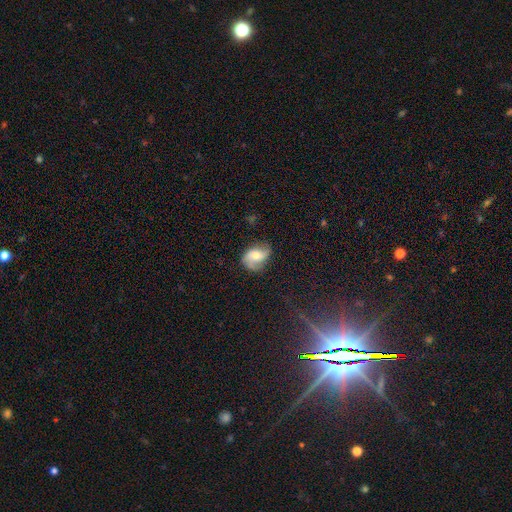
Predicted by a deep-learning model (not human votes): This is likely a featured or disk galaxy (65%). It is clearly not viewed edge-on (97%). Bar: likely no (62%). Spiral arm pattern: clearly yes (91%). Spiral arm count: clearly 2 (81%). Spiral winding: possibly loose (47%). Central bulge: possibly moderate (58%). Merging: likely none (63%).